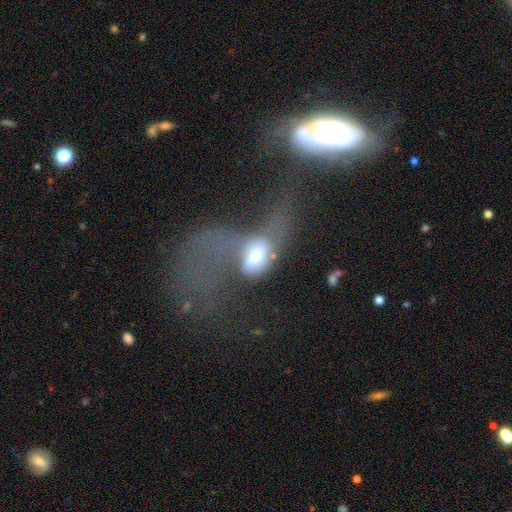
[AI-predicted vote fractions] Smooth or featured? featured or disk (45%)
Merging? major disturbance (62%)